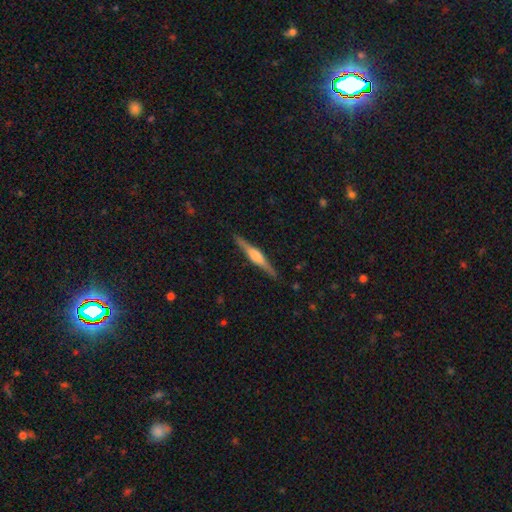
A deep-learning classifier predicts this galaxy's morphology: featured or disk 76%, smooth 19%, star or artifact 5%. Down the decision tree: edge-on disk — yes (98%); edge-on bulge — rounded (75%); merging — none (90%).